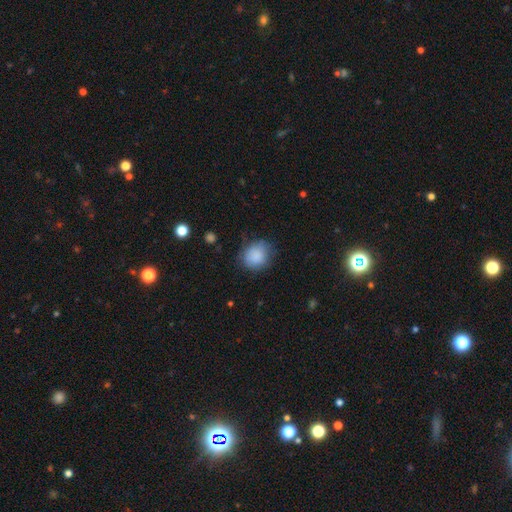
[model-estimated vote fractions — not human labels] smooth 86%, star or artifact 7%, featured or disk 6%. Down the decision tree: how rounded — round (71%); merging — none (73%).